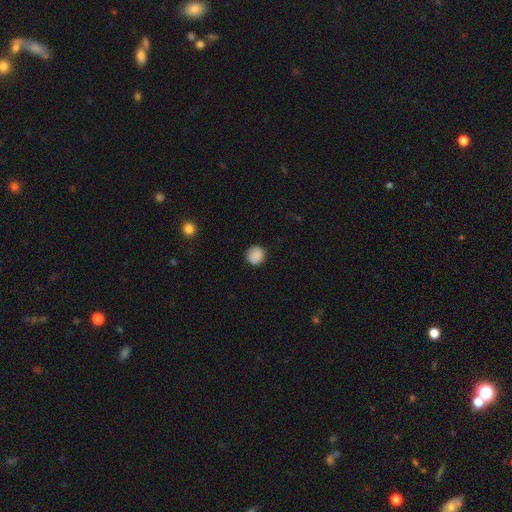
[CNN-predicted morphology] Q: Smooth or featured?
A: smooth (88%); runner-up: star or artifact (9%)
Q: How rounded?
A: round (90%); runner-up: in between (9%)
Q: Merging?
A: none (88%); runner-up: minor disturbance (9%)